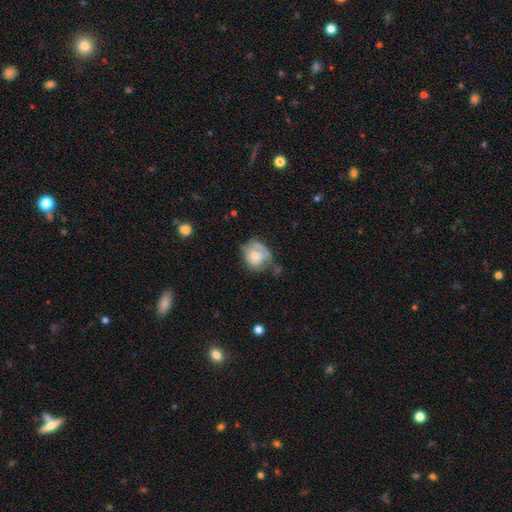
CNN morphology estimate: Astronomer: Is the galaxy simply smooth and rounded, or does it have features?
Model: smooth — 61%.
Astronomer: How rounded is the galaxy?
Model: round — 70%.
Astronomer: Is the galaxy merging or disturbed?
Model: none — 40% (runner-up: minor disturbance, 34%).